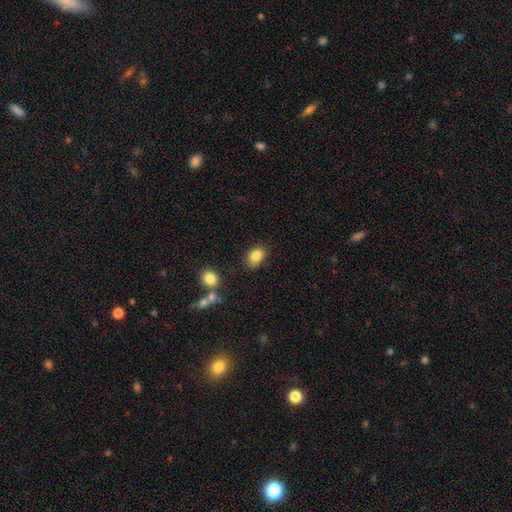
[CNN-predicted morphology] This is clearly a smooth galaxy (84%). How rounded: likely in between (65%). Merging: likely none (72%).